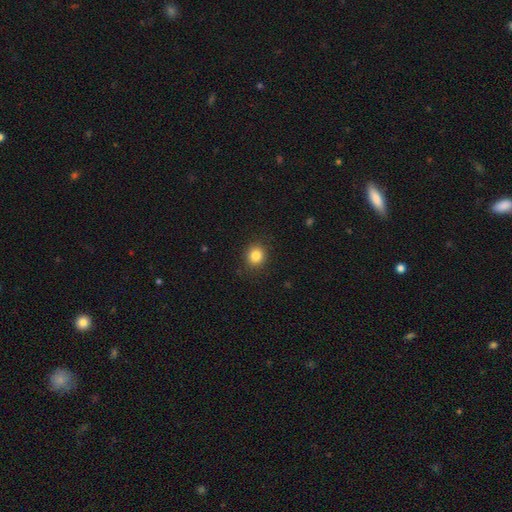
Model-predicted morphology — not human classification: Smooth or featured?
  - smooth: 84% *
  - star or artifact: 11%
  - featured or disk: 5%
How rounded?
  - round: 79% *
  - in between: 20%
  - cigar-shaped: 1%
Merging?
  - none: 89% *
  - minor disturbance: 8%
  - major disturbance: 2%
  - merger: 1%